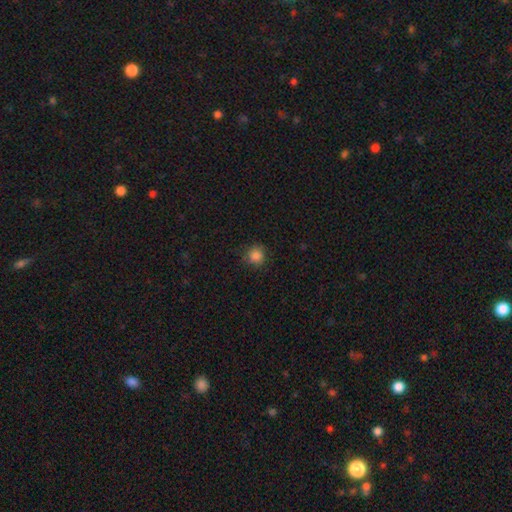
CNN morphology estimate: smooth-or-featured: smooth: 86% | star or artifact: 11% | featured or disk: 3%
  how-rounded: round: 93% | in between: 6% | cigar-shaped: 1%
  merging: none: 86% | minor disturbance: 10% | major disturbance: 3% | merger: 1%